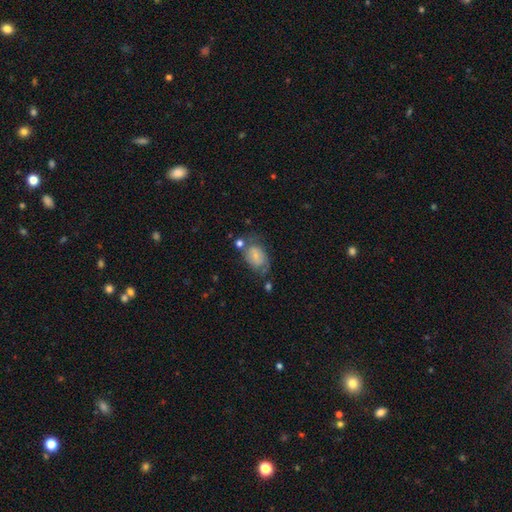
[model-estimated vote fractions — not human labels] Morphology: type=smooth (56%); roundness=in between (82%); merging=none (44%).